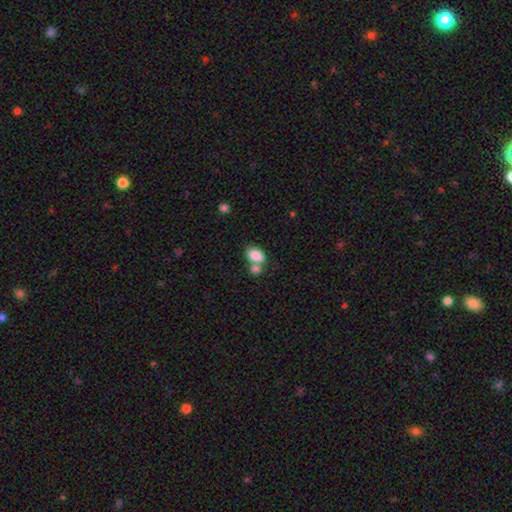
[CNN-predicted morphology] A smooth galaxy with no disk features (85%) that is in between round and cigar-shaped (85%). Merging: merger (43%).